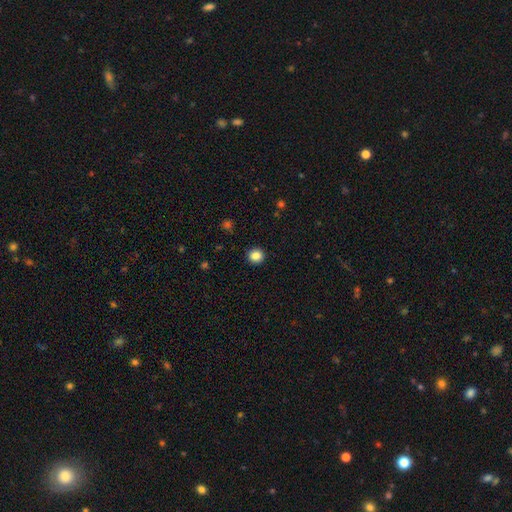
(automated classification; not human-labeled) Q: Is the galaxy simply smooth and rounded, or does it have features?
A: smooth — 86%.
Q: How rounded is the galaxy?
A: round — 92%.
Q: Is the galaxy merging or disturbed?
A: none — 93%.